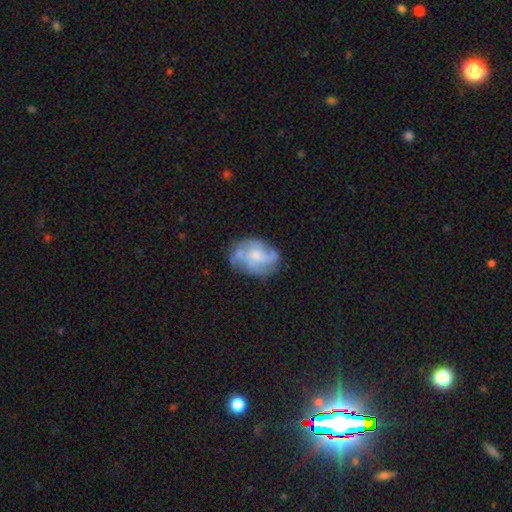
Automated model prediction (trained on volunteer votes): Morphology: type=featured or disk (69%); edge-on=no (97%); bar=no (64%); spiral arms=yes (81%); winding=medium (41%); arm count=can't tell (34%); bulge=moderate (42%); merging=none (63%).